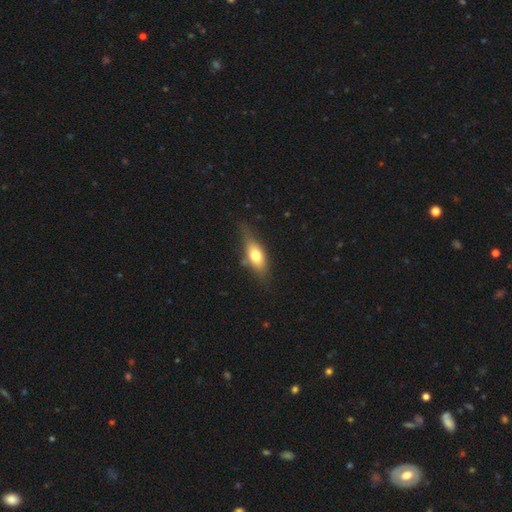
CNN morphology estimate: Smooth or featured? Predicted: smooth (p=0.65). How rounded? Predicted: in between (p=0.70). Merging? Predicted: none (p=0.64).